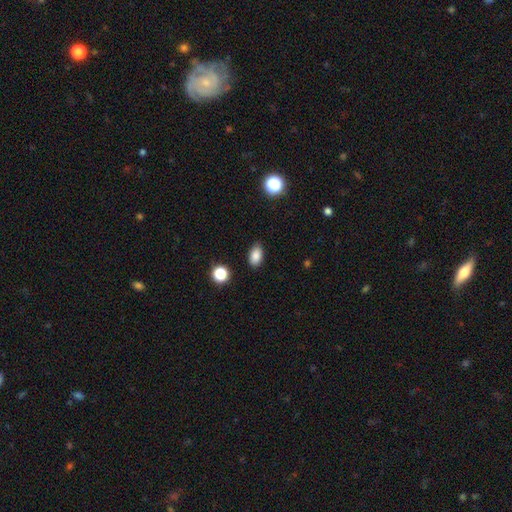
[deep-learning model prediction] smooth 86%, star or artifact 10%, featured or disk 5%. Down the decision tree: how rounded — in between (90%); merging — none (87%).